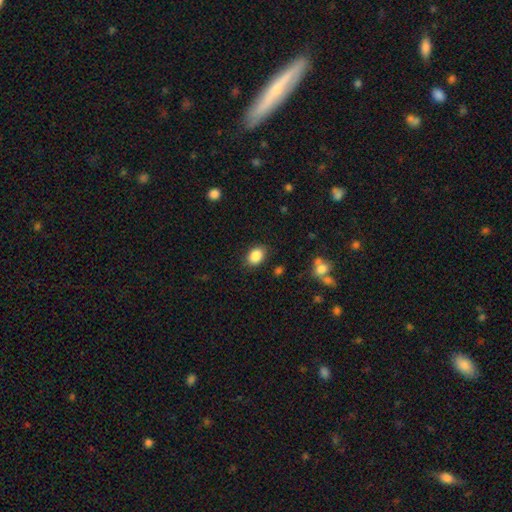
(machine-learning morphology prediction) A smooth galaxy with no disk features (87%) that is in between round and cigar-shaped (73%). Merging: none (85%).